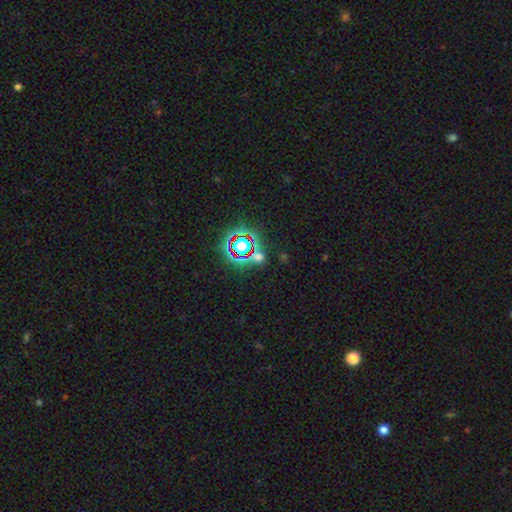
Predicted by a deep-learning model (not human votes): Overall: star or artifact (72%).